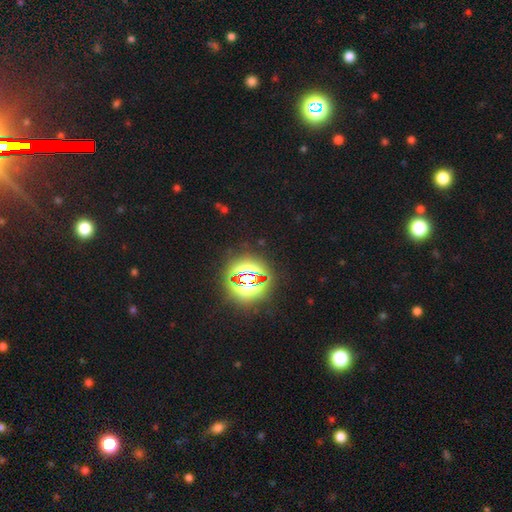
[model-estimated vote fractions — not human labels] This is likely a star or artifact rather than a galaxy (79%).